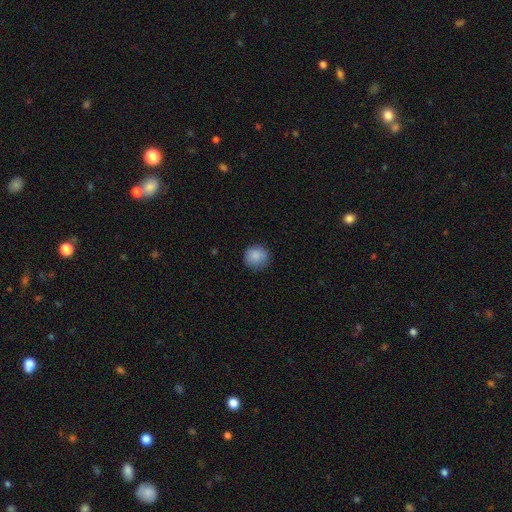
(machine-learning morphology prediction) Smooth or featured?
  - smooth: 86% *
  - star or artifact: 8%
  - featured or disk: 6%
How rounded?
  - round: 91% *
  - in between: 8%
  - cigar-shaped: 1%
Merging?
  - none: 83% *
  - minor disturbance: 13%
  - major disturbance: 3%
  - merger: 1%